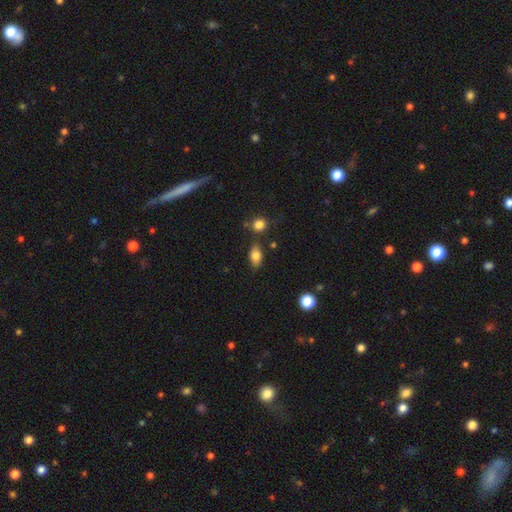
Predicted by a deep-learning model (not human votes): smooth_or_featured: smooth (p=0.78) [alt: featured or disk p=0.12]
how_rounded: in between (p=0.84) [alt: round p=0.11]
merging: none (p=0.75) [alt: minor disturbance p=0.14]